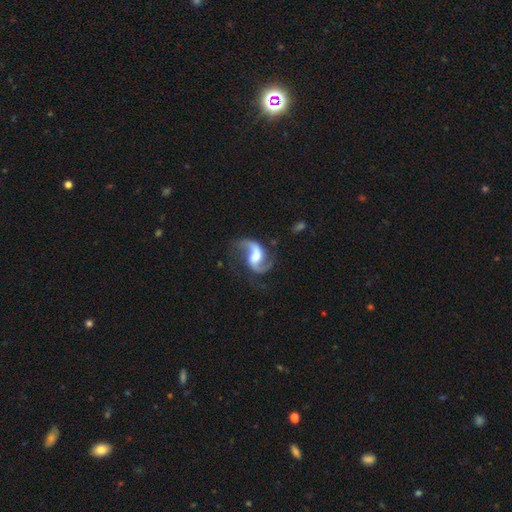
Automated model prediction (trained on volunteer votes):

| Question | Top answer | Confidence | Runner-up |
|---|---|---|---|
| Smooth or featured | featured or disk | 91% | smooth (5%) |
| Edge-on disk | no | 98% | yes (2%) |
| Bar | weak | 47% | no (28%) |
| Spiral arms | yes | 97% | no (3%) |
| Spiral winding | loose | 57% | medium (37%) |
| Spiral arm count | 2 | 92% | 1 (3%) |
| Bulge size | moderate | 47% | small (21%) |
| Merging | none | 68% | minor disturbance (16%) |